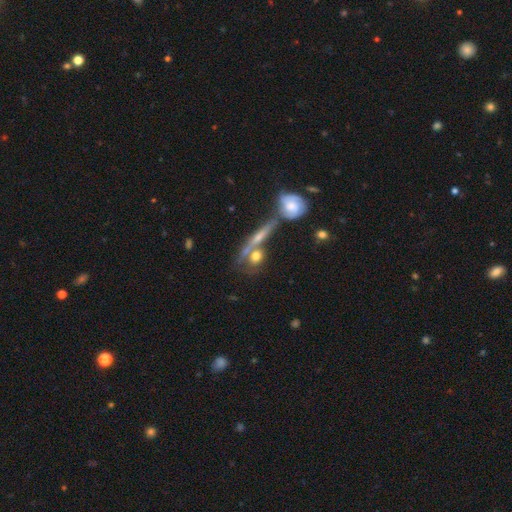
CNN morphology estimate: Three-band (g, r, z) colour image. It shows a smooth galaxy with no disk features (54%) that is round (53%). Merging: none (47%).